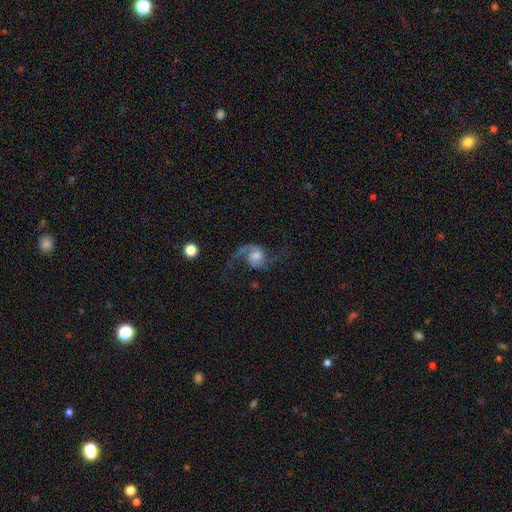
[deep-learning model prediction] The model was most divided on "bulge size": moderate: 35%, large: 24%, small: 22%, none: 14%, dominant: 5%. More confident: edge-on disk — no (98%); spiral arms — yes (96%); smooth or featured — featured or disk (84%); spiral arm count — 2 (81%); spiral winding — loose (68%); merging — none (60%); bar — no (58%).